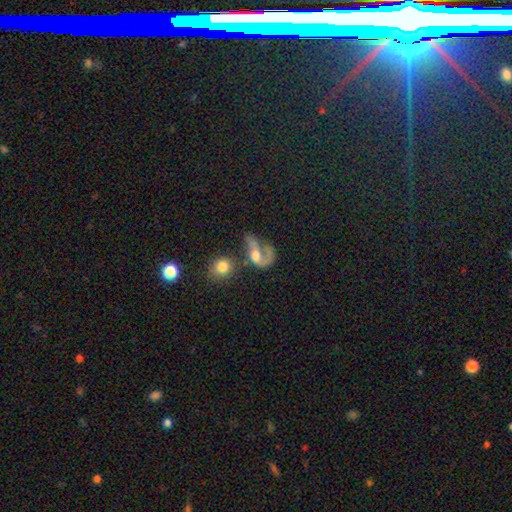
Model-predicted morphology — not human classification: This is possibly a featured or disk galaxy (60%). It is clearly not viewed edge-on (96%). Bar: likely no (66%). Spiral arm pattern: likely yes (71%). Central bulge: possibly moderate (59%). Merging: marginally major disturbance (37%).